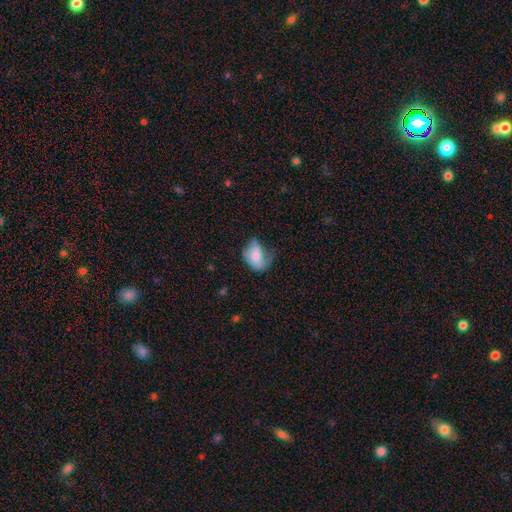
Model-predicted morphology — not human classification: Smooth or featured: smooth — 64% (featured or disk — 28%)
How rounded: in between — 79% (round — 20%)
Merging: minor disturbance — 36% (none — 33%)